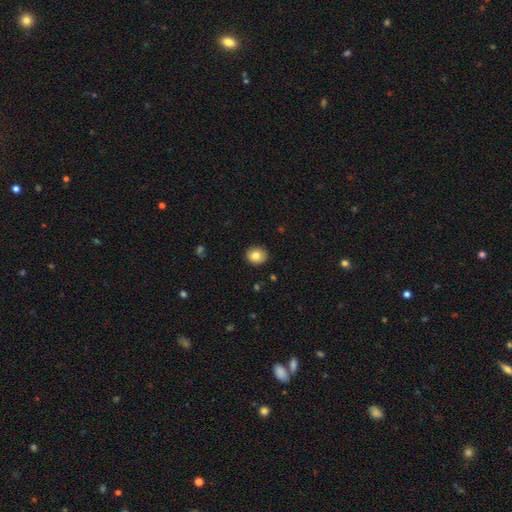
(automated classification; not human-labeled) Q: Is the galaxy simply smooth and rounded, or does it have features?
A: smooth — 82%.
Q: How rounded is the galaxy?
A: round — 74%.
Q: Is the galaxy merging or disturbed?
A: none — 90%.